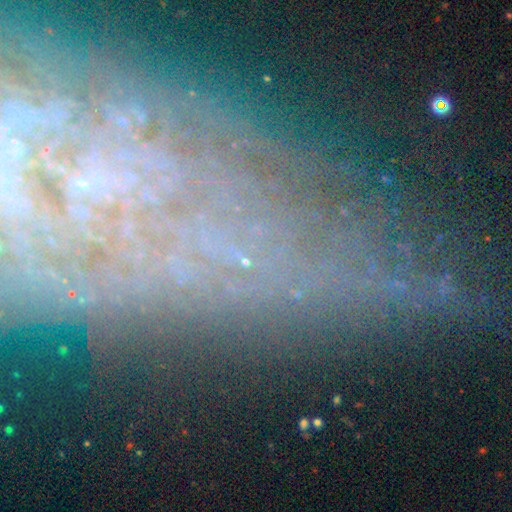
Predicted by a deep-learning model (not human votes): smooth_or_featured: star or artifact (p=0.45) [alt: featured or disk p=0.39]